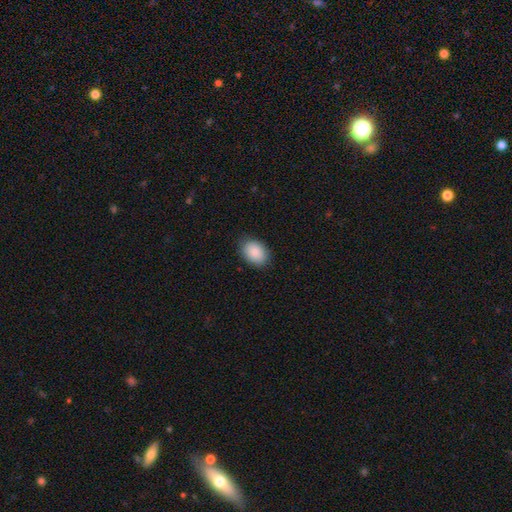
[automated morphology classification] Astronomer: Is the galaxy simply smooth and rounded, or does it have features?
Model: smooth — 89%.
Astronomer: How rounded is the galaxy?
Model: in between — 78%.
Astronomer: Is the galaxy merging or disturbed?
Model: none — 86%.